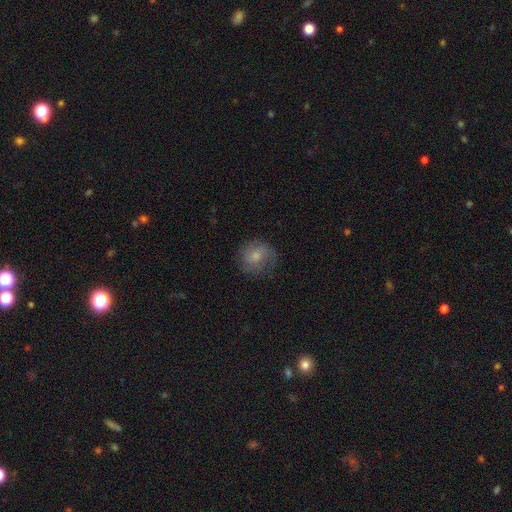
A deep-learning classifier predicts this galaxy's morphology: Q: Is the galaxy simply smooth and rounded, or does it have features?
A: smooth — 67%.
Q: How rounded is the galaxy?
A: round — 81%.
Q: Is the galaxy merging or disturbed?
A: none — 68%.